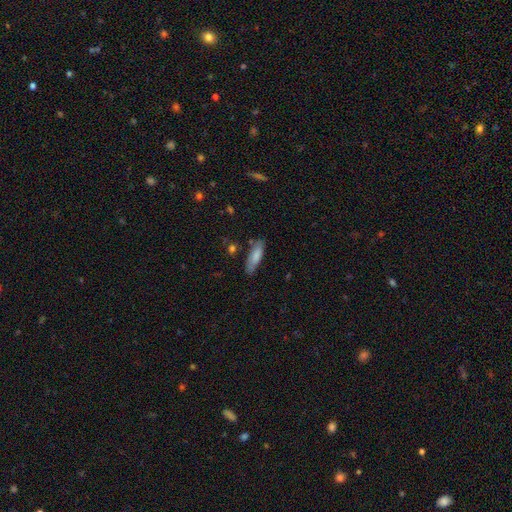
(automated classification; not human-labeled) This is likely a smooth galaxy (79%). How rounded: possibly cigar-shaped (52%). Merging: likely none (74%).